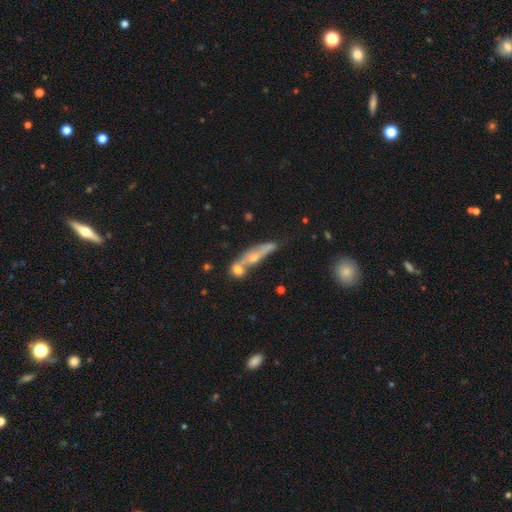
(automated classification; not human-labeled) A smooth galaxy with no disk features (45%, tied with featured or disk).

Vote fractions:
- Smooth or featured? smooth: 45% (tied) / featured or disk: 45% (tied) / star or artifact: 10%
- Merging? merger: 39% / none: 36% / minor disturbance: 15% / major disturbance: 9%